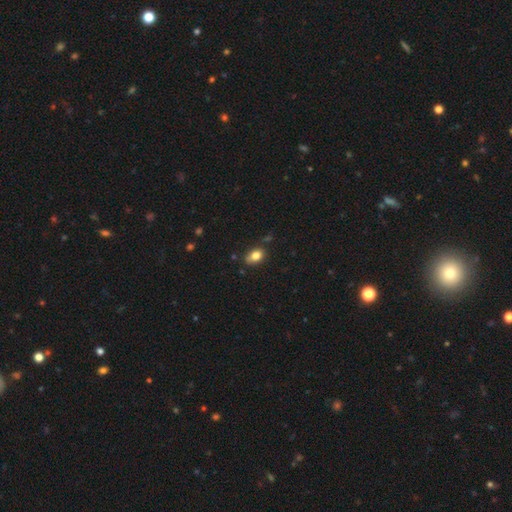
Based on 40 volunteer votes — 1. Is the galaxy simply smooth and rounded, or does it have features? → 88% smooth, 8% featured or disk, 5% star or artifact.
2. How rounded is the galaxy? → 80% in between, 20% round, 0% cigar-shaped.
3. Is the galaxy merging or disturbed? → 74% none, 21% minor disturbance, 5% major disturbance, 0% merger.